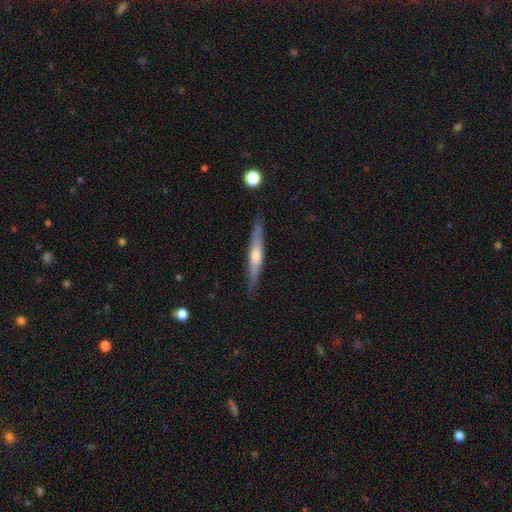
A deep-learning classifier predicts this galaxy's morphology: type=featured or disk (55%); edge-on=yes (94%); edge-on bulge=rounded (77%); merging=none (88%).